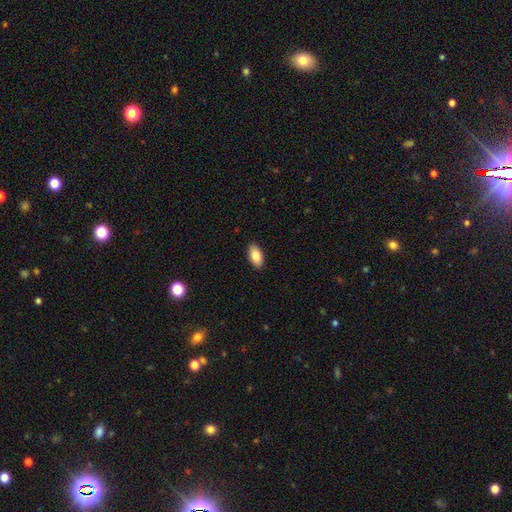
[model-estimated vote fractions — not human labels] This appears to be a smooth galaxy with no disk features (84%) that is in between round and cigar-shaped (93%). Merging: none (90%).